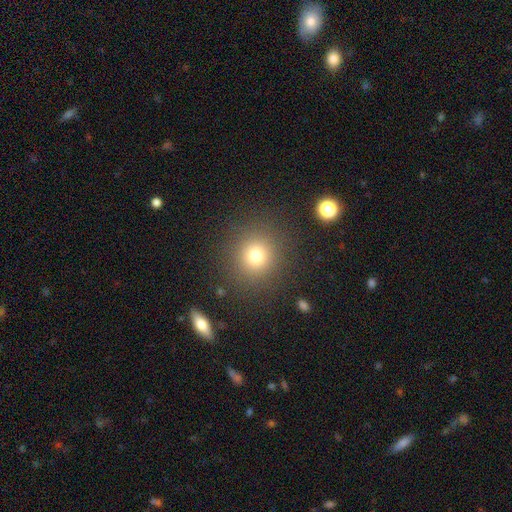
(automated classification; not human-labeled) Smooth or featured?
  - smooth: 75% *
  - star or artifact: 17%
  - featured or disk: 9%
How rounded?
  - round: 91% *
  - in between: 8%
  - cigar-shaped: 1%
Merging?
  - none: 88% *
  - minor disturbance: 7%
  - major disturbance: 4%
  - merger: 2%